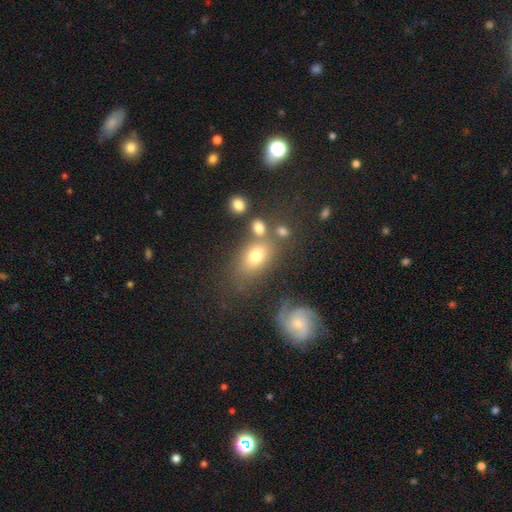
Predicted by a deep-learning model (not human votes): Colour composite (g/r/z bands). It shows a smooth galaxy with no disk features (70%) that is in between round and cigar-shaped (76%). Merging: none (58%).